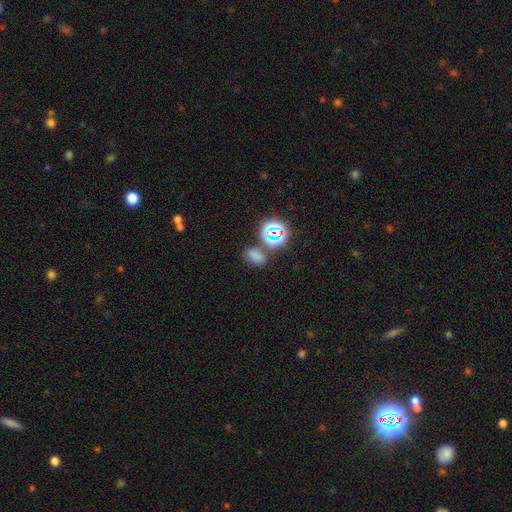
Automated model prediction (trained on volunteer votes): Q: Smooth or featured?
A: smooth (64%); runner-up: star or artifact (29%)
Q: How rounded?
A: in between (78%); runner-up: round (19%)
Q: Merging?
A: none (65%); runner-up: merger (15%)